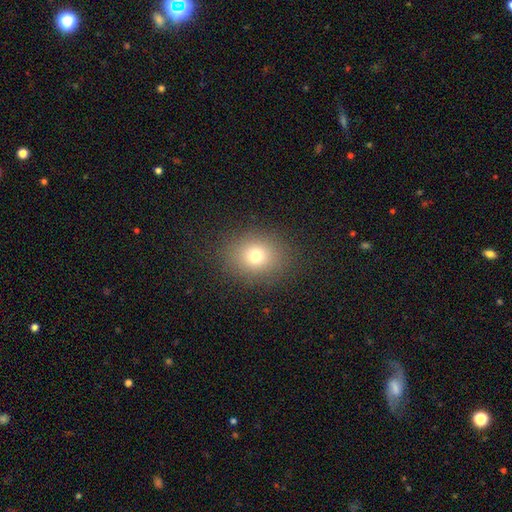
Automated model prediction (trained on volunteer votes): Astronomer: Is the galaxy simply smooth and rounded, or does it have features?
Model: smooth — 74%.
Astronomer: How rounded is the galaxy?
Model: round — 65%.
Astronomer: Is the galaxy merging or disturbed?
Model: none — 87%.